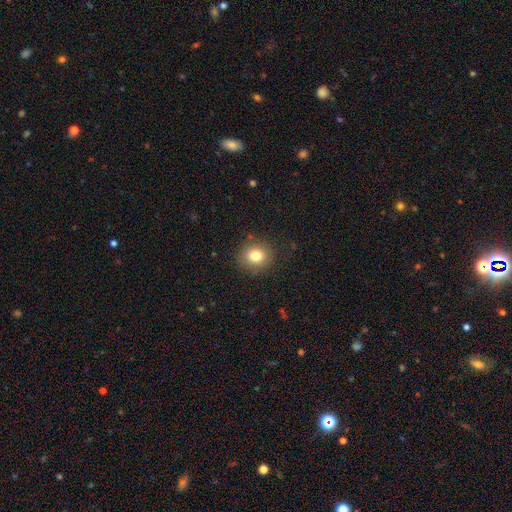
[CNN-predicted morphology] Q: Smooth or featured?
A: smooth (81%); runner-up: star or artifact (11%)
Q: How rounded?
A: round (80%); runner-up: in between (19%)
Q: Merging?
A: none (87%); runner-up: minor disturbance (9%)